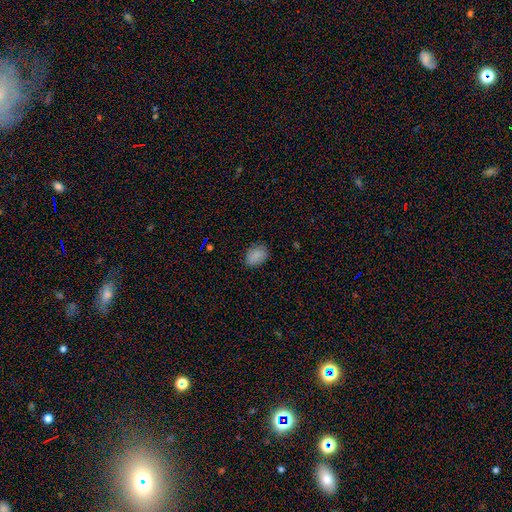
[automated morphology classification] Q: Smooth or featured?
A: smooth (85%); runner-up: star or artifact (9%)
Q: How rounded?
A: in between (70%); runner-up: round (29%)
Q: Merging?
A: none (81%); runner-up: minor disturbance (15%)